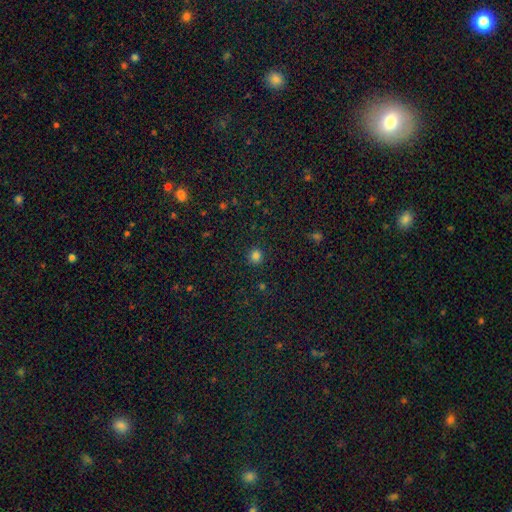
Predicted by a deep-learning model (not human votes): The model was most divided on "smooth or featured": smooth: 82%, star or artifact: 15%, featured or disk: 3%. More confident: merging — none (89%); how rounded — round (86%).